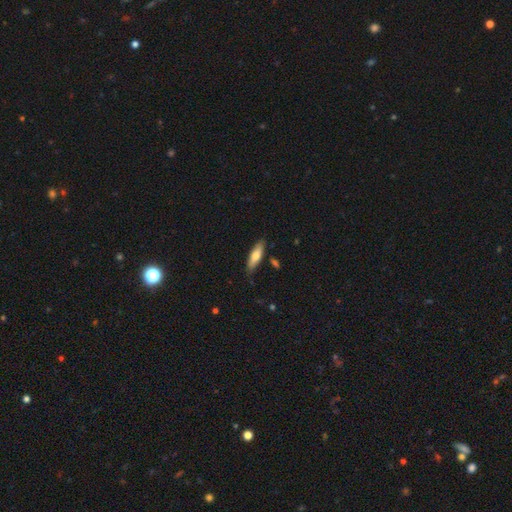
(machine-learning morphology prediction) This is likely a smooth galaxy (67%). How rounded: possibly cigar-shaped (59%). Merging: clearly none (81%).